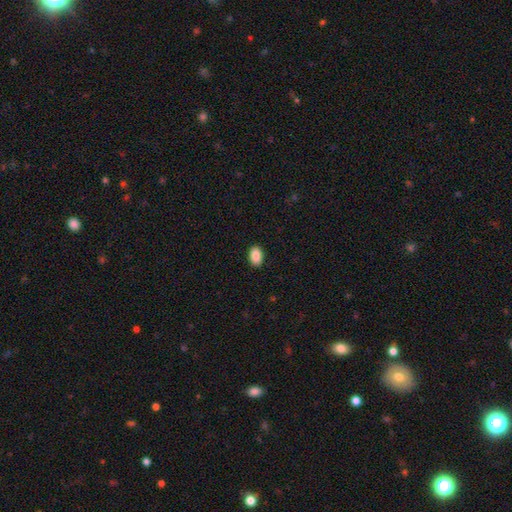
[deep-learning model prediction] This is clearly a smooth galaxy (89%). How rounded: clearly in between (89%). Merging: clearly none (90%).